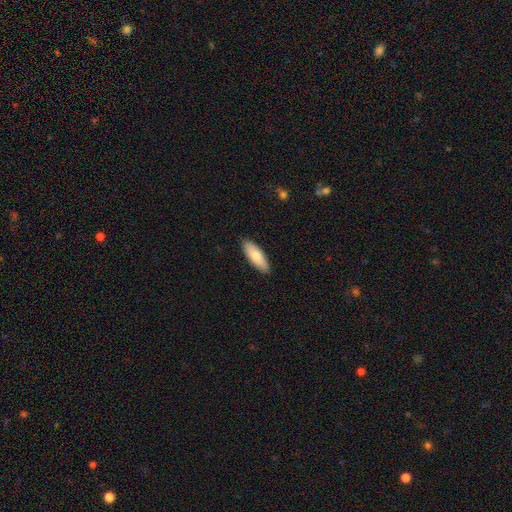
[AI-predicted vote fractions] Smooth or featured?
  - smooth: 78% *
  - featured or disk: 16%
  - star or artifact: 6%
How rounded?
  - in between: 71% *
  - cigar-shaped: 27%
  - round: 2%
Merging?
  - none: 89% *
  - minor disturbance: 8%
  - major disturbance: 2%
  - merger: 1%